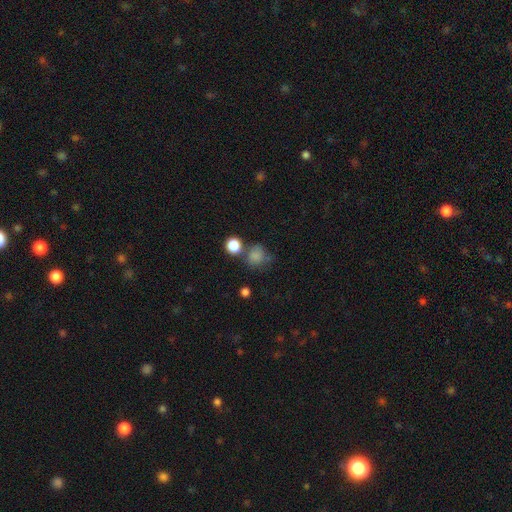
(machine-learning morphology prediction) Q: Smooth or featured?
A: smooth (80%); runner-up: star or artifact (13%)
Q: How rounded?
A: round (82%); runner-up: in between (17%)
Q: Merging?
A: none (57%); runner-up: merger (18%)